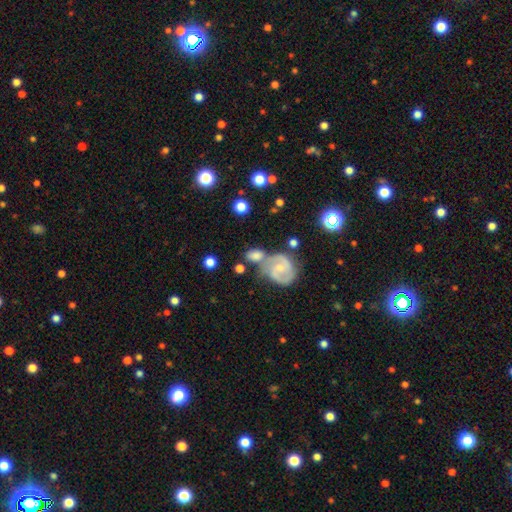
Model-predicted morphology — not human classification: type=smooth (51%); roundness=in between (57%); merging=none (43%).